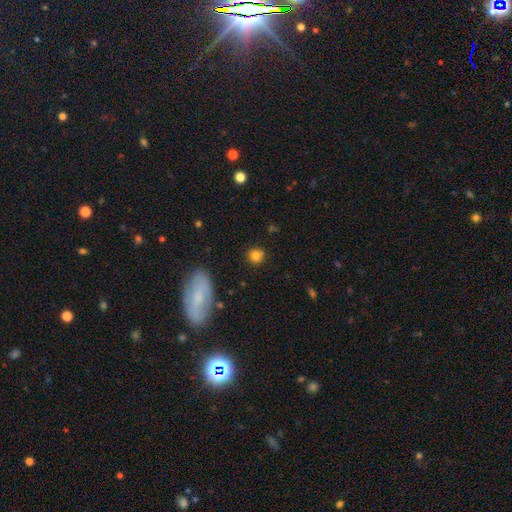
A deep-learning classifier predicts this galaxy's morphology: Q: Smooth or featured?
A: smooth (82%); runner-up: star or artifact (11%)
Q: How rounded?
A: round (88%); runner-up: in between (11%)
Q: Merging?
A: none (85%); runner-up: minor disturbance (10%)